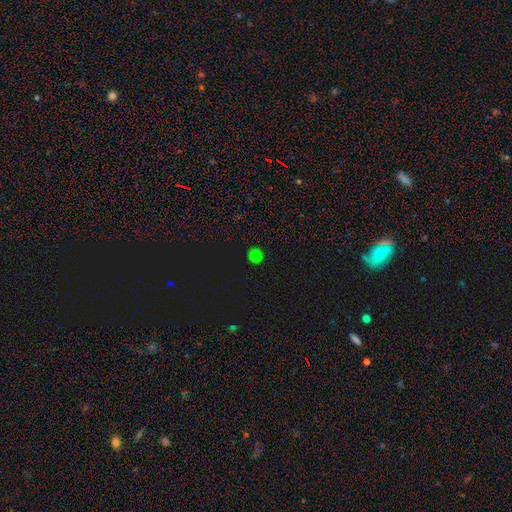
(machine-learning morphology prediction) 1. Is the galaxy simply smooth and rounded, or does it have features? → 75% smooth, 22% star or artifact, 3% featured or disk.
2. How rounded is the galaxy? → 92% round, 7% in between, 1% cigar-shaped.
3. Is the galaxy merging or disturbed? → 91% none, 6% minor disturbance, 2% major disturbance, 1% merger.